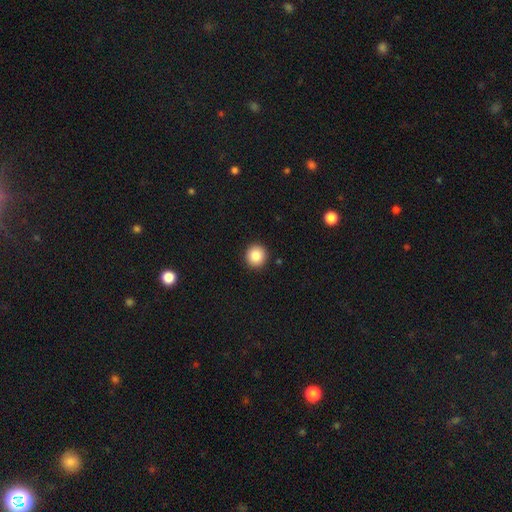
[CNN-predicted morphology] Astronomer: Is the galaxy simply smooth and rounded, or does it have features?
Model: smooth — 86%.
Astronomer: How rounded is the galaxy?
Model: round — 93%.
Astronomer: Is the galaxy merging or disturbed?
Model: none — 92%.